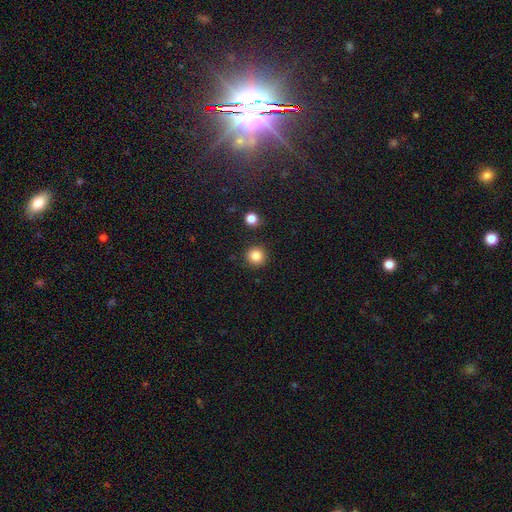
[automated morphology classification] Smooth or featured: smooth — 85% (star or artifact — 11%)
How rounded: round — 94% (in between — 5%)
Merging: none — 90% (minor disturbance — 6%)